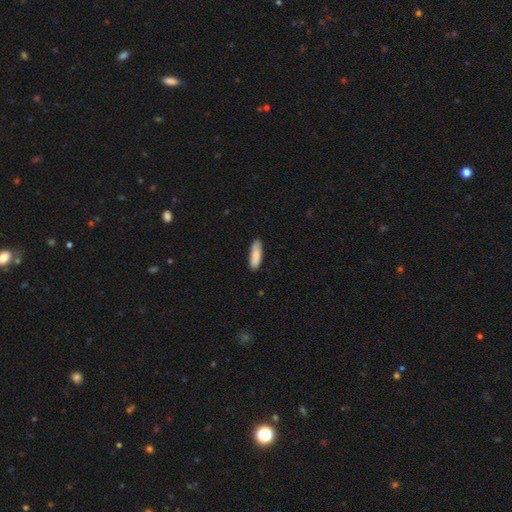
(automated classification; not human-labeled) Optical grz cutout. It shows a smooth galaxy with no disk features (87%) that is cigar-shaped (55%). Merging: none (82%).